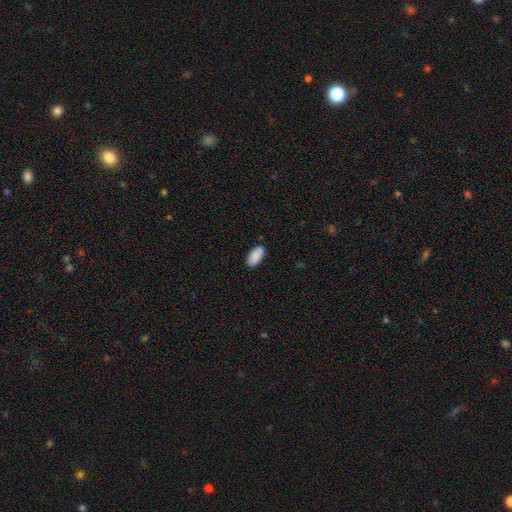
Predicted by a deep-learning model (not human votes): A smooth galaxy with no disk features (89%) that is in between round and cigar-shaped (93%).

Vote fractions:
- Smooth or featured? smooth: 89% / star or artifact: 6% / featured or disk: 5%
- How rounded? in between: 93% / cigar-shaped: 5% / round: 2%
- Merging? none: 87% / minor disturbance: 10% / major disturbance: 2% / merger: 1%